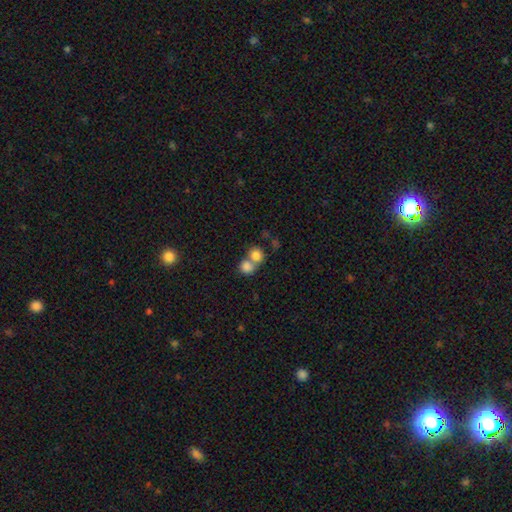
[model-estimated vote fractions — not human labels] A smooth galaxy with no disk features (81%) that is round (81%). Merging: merger (56%).